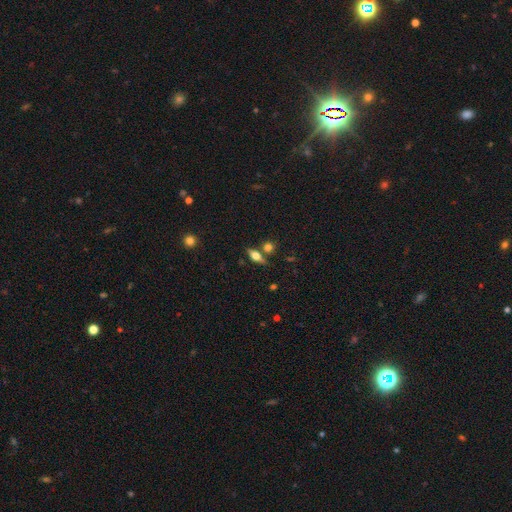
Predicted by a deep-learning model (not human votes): smooth_or_featured: featured or disk (p=0.49) [alt: smooth p=0.41]
merging: none (p=0.72) [alt: merger p=0.13]